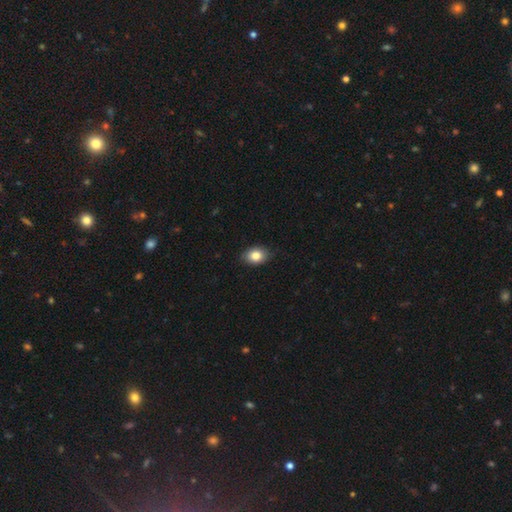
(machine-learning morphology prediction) This is clearly a smooth galaxy (84%). How rounded: likely in between (73%). Merging: clearly none (86%).